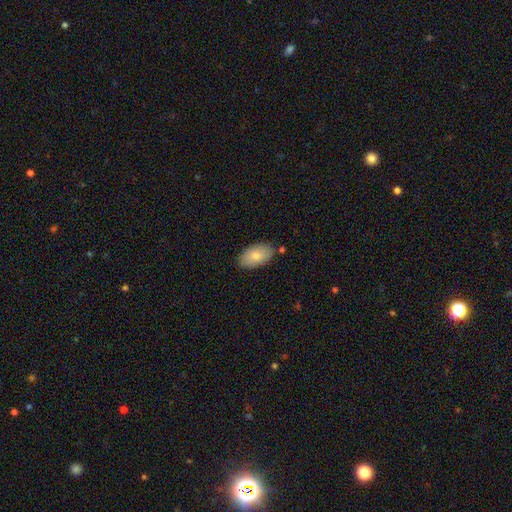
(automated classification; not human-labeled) A smooth galaxy with no disk features (81%) that is in between round and cigar-shaped (95%). Merging: none (80%).